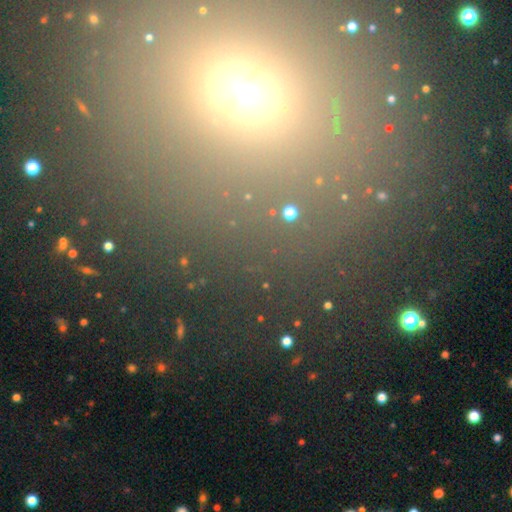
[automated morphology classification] A star or artifact, not a galaxy (49%).